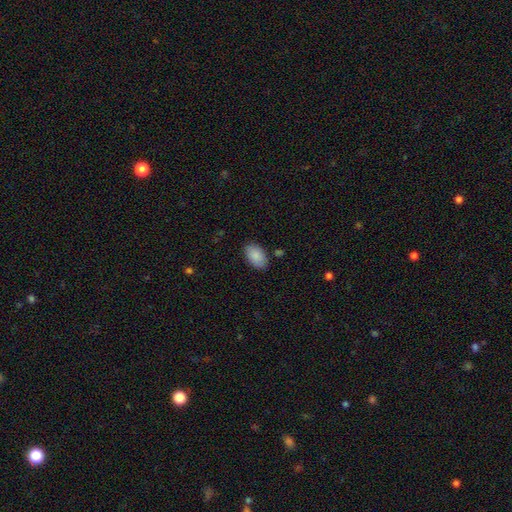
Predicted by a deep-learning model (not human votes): Overall: smooth (88%). How rounded: in between (94%). Merging: none (83%).